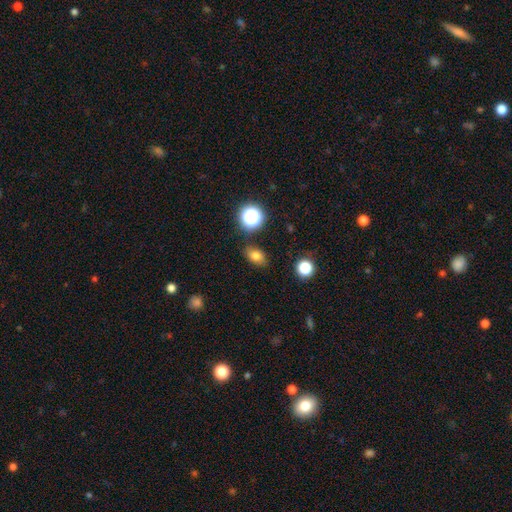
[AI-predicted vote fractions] Overall: smooth (77%). How rounded: in between (76%). Merging: none (82%).